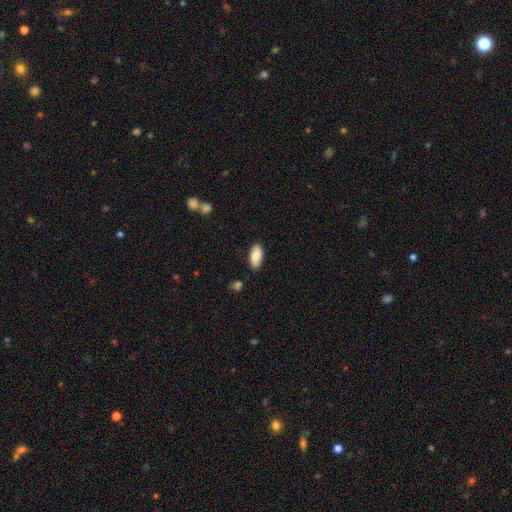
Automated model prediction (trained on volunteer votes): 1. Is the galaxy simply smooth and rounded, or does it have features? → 84% smooth, 10% featured or disk, 6% star or artifact.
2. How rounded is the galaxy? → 90% in between, 8% cigar-shaped, 2% round.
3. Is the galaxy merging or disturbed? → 85% none, 11% minor disturbance, 2% major disturbance, 2% merger.